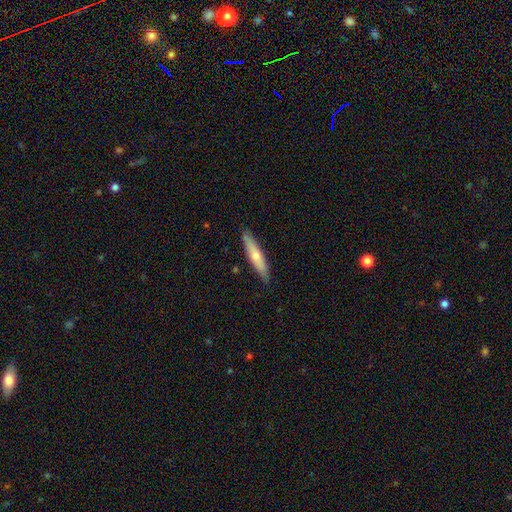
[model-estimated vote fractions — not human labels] This appears to be a smooth galaxy with no disk features (54%) that is cigar-shaped (87%). Merging: none (88%).